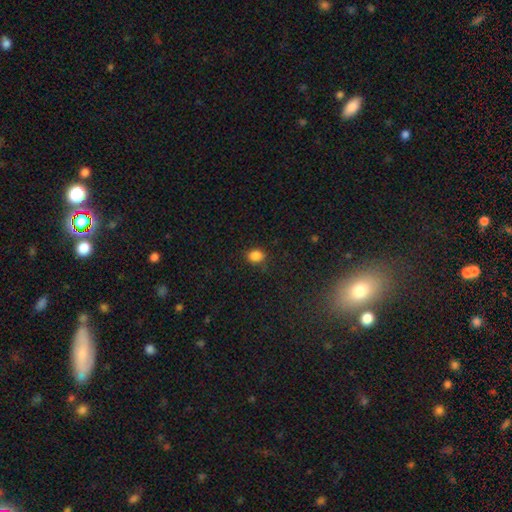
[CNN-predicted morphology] Q: Smooth or featured?
A: smooth (85%); runner-up: star or artifact (11%)
Q: How rounded?
A: in between (51%); runner-up: round (48%)
Q: Merging?
A: none (82%); runner-up: minor disturbance (14%)